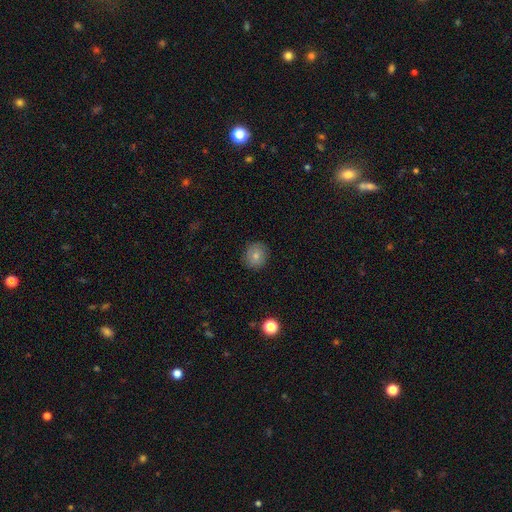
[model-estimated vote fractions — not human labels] This appears to be a smooth galaxy with no disk features (72%) that is round (83%). Merging: none (85%).